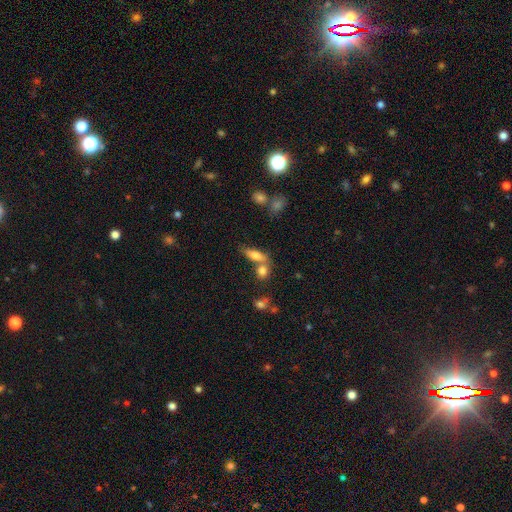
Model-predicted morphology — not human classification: A smooth galaxy with no disk features (72%) that is in between round and cigar-shaped (65%). Merging: none (45%).